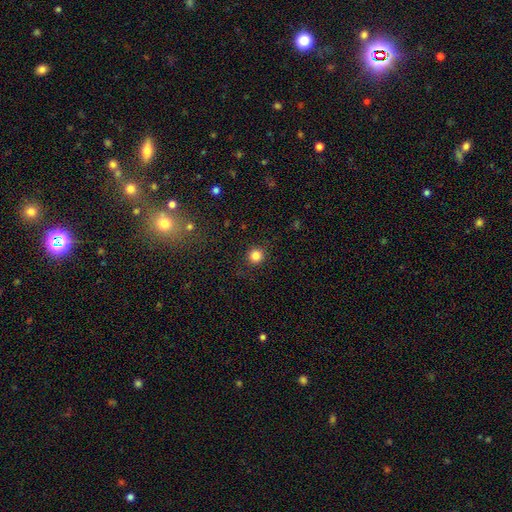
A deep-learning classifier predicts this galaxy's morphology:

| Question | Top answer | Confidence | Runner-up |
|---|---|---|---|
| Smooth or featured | smooth | 84% | star or artifact (12%) |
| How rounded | round | 93% | in between (6%) |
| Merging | none | 90% | minor disturbance (6%) |